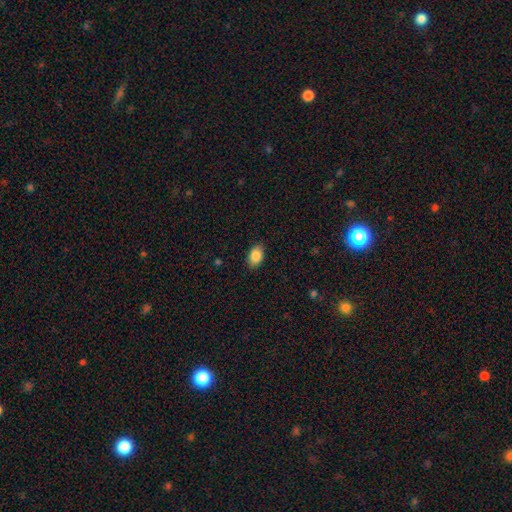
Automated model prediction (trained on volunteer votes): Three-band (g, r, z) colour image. It shows a smooth galaxy with no disk features (88%) that is in between round and cigar-shaped (86%). Merging: none (87%).